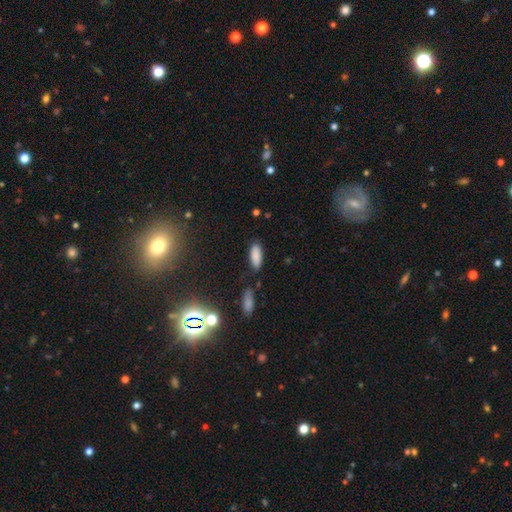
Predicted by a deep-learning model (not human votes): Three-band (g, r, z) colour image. It shows a smooth galaxy with no disk features (85%) that is in between round and cigar-shaped (79%). Merging: none (77%).